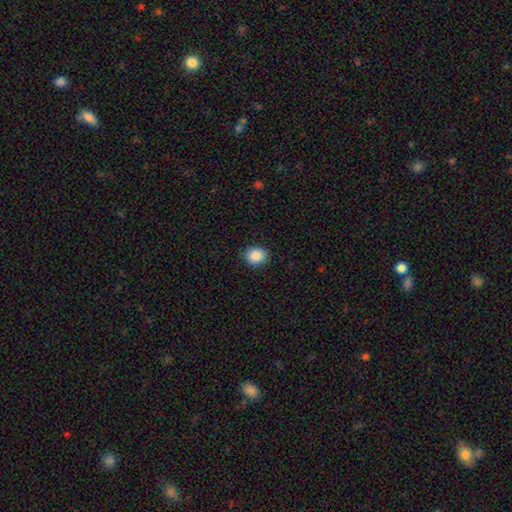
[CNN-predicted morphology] Smooth or featured? smooth (88%)
How rounded? round (67%)
Merging? none (89%)